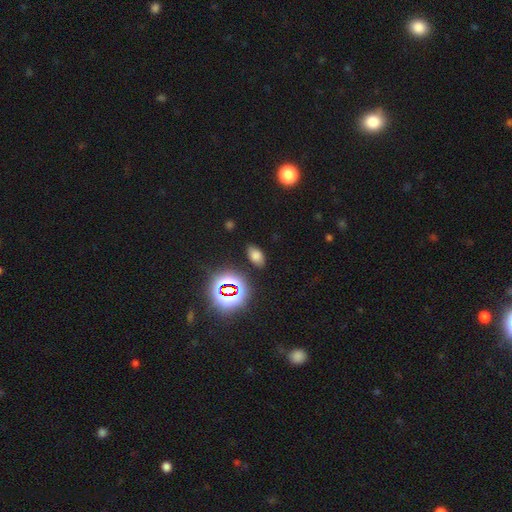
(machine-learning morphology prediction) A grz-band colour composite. It shows a smooth galaxy with no disk features (66%) that is in between round and cigar-shaped (89%). Merging: none (84%).